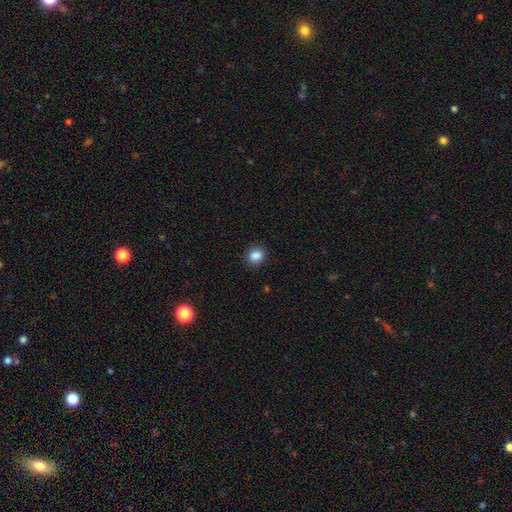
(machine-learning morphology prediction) Overall: smooth (87%). How rounded: round (70%). Merging: none (88%).